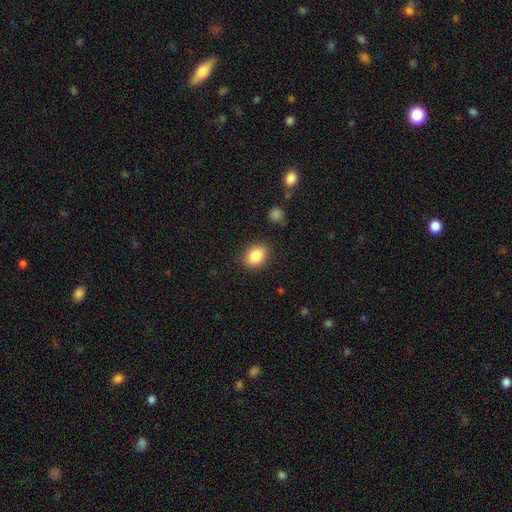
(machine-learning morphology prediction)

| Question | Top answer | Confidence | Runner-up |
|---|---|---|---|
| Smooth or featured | smooth | 85% | star or artifact (8%) |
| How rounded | in between | 58% | round (41%) |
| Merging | none | 87% | minor disturbance (9%) |